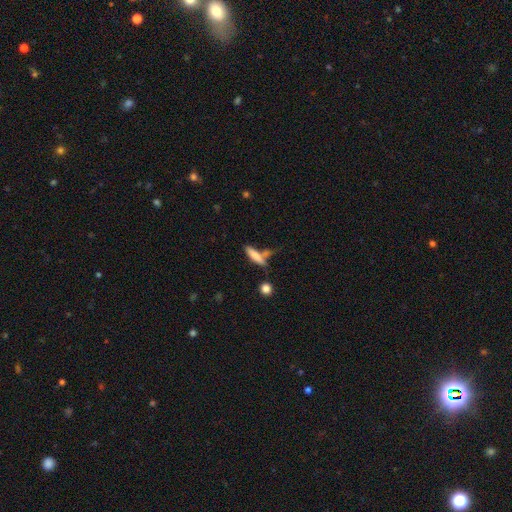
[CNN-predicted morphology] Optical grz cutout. It shows a smooth galaxy with no disk features (73%) that is cigar-shaped (71%). Merging: none (55%).